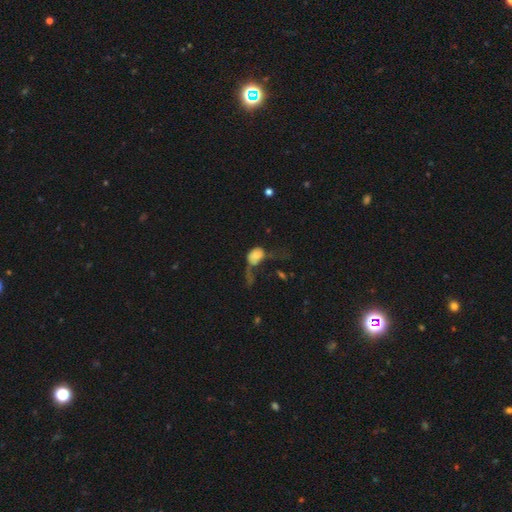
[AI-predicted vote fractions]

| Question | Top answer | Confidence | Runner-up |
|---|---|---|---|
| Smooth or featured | smooth | 70% | featured or disk (21%) |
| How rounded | in between | 69% | round (28%) |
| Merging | major disturbance | 55% | merger (19%) |